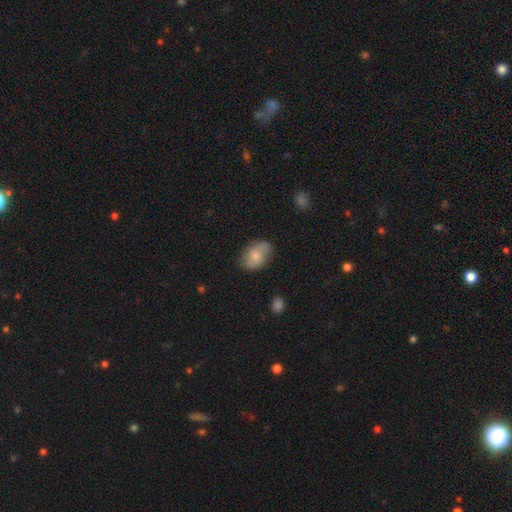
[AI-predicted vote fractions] smooth_or_featured: smooth (p=0.63) [alt: featured or disk p=0.30]
how_rounded: in between (p=0.84) [alt: round p=0.15]
merging: none (p=0.74) [alt: minor disturbance p=0.20]